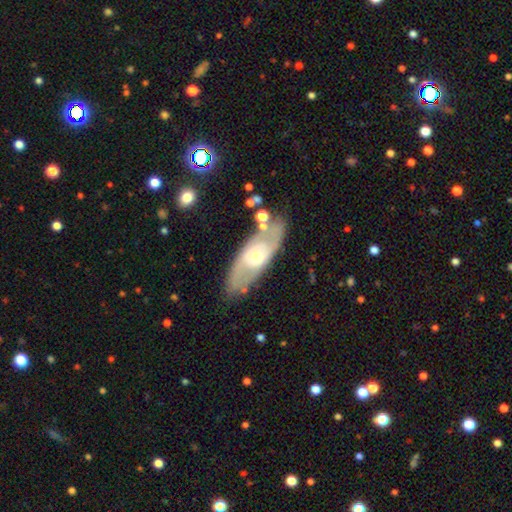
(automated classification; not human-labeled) This appears to be a featured or disk galaxy (66%) with no bar (70%), spiral arms (58%) and a small central bulge (47%). Merging: none (77%).